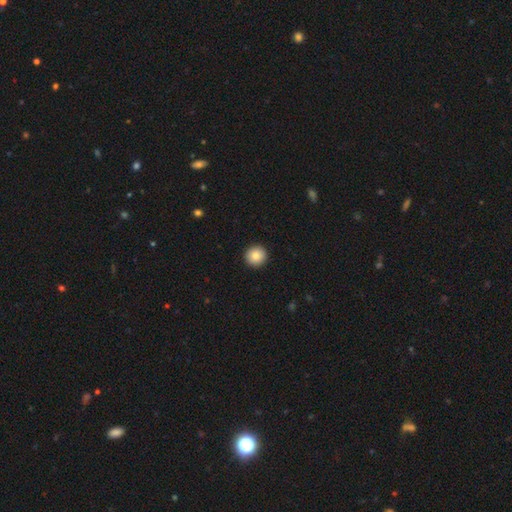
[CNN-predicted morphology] Q: Smooth or featured?
A: smooth (85%); runner-up: star or artifact (9%)
Q: How rounded?
A: round (95%); runner-up: in between (4%)
Q: Merging?
A: none (94%); runner-up: minor disturbance (4%)